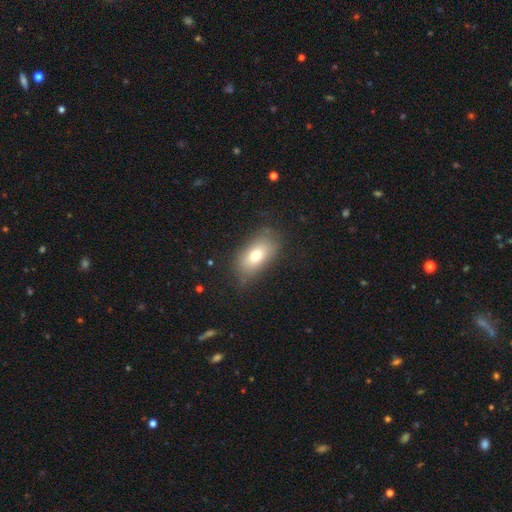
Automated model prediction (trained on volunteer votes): smooth 74%, featured or disk 17%, star or artifact 9%. Down the decision tree: how rounded — in between (89%); merging — none (77%).